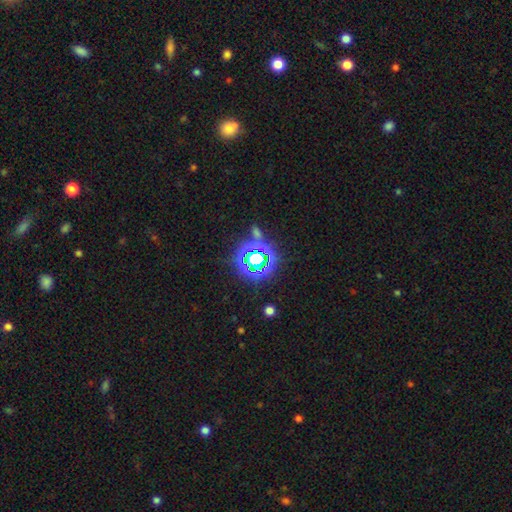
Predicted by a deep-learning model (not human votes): star or artifact 71%, smooth 18%, featured or disk 11%.